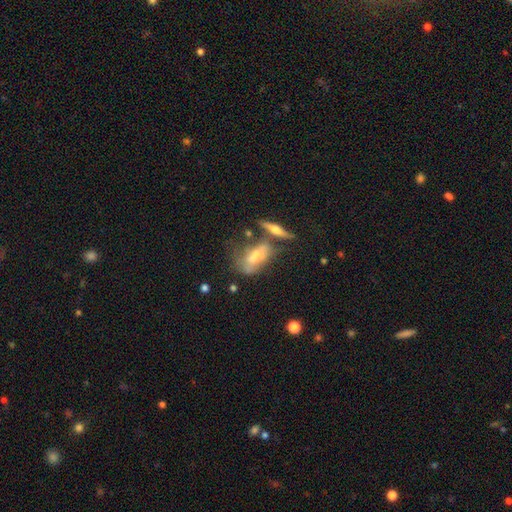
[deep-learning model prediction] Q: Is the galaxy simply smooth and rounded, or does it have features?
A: featured or disk — 49%.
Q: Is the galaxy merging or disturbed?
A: none — 37%.